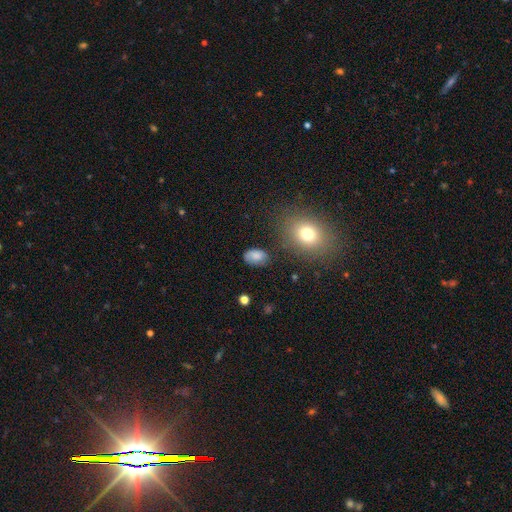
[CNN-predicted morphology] This appears to be a smooth galaxy with no disk features (80%) that is in between round and cigar-shaped (88%). Merging: none (71%).